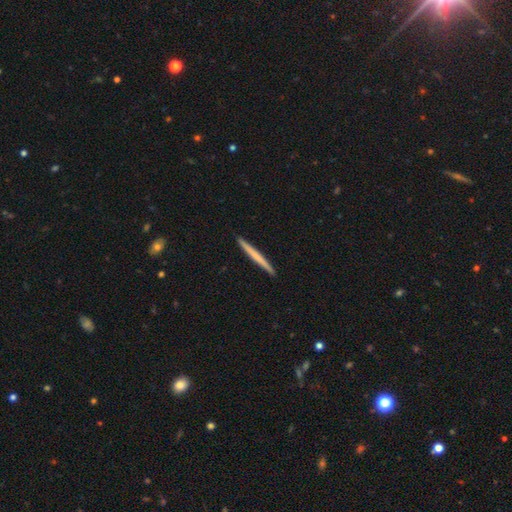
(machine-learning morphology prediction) Q: Smooth or featured?
A: smooth (56%); runner-up: featured or disk (39%)
Q: How rounded?
A: cigar-shaped (97%); runner-up: in between (2%)
Q: Merging?
A: none (93%); runner-up: minor disturbance (5%)